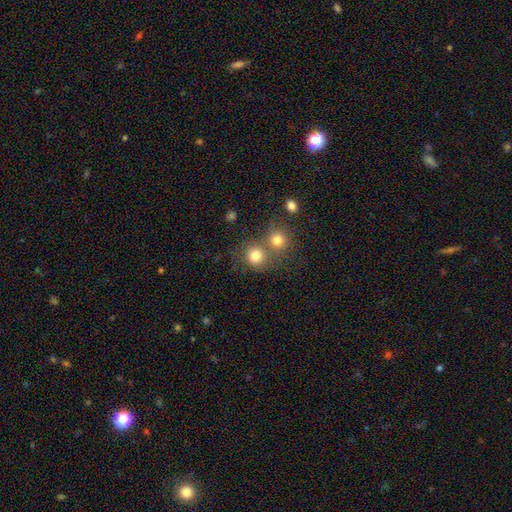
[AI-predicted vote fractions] A smooth galaxy with no disk features (80%) that is round (87%). Merging: none (55%).